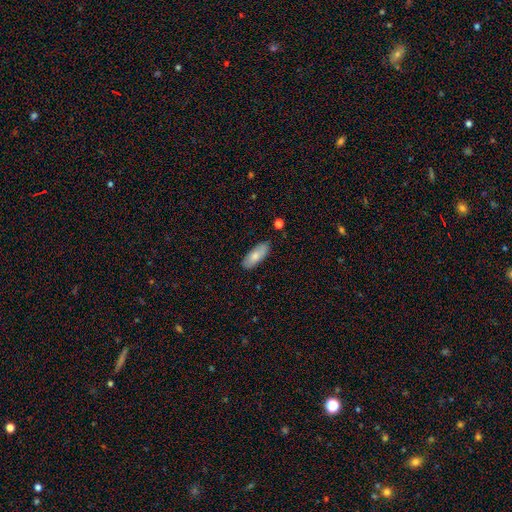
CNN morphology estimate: The model was most divided on "smooth or featured": smooth: 74%, featured or disk: 20%, star or artifact: 6%. More confident: merging — none (81%); how rounded — in between (81%).